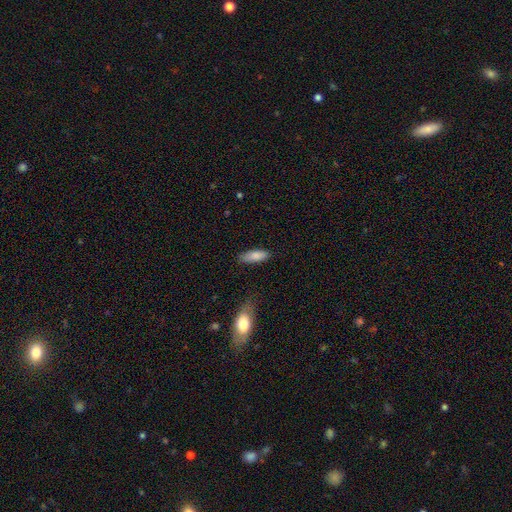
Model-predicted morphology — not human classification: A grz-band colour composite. It shows a smooth galaxy with no disk features (84%) that is in between round and cigar-shaped (63%). Merging: none (79%).